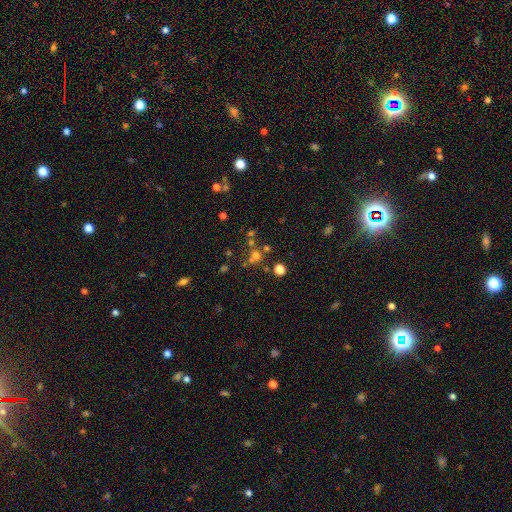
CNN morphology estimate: This appears to be a smooth galaxy with no disk features (54%) that is round (87%). Merging: none (59%).